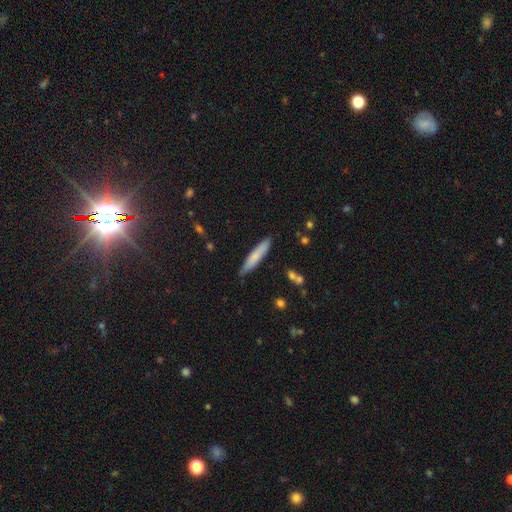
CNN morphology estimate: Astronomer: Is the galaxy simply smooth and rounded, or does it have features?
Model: smooth — 72%.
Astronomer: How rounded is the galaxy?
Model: cigar-shaped — 89%.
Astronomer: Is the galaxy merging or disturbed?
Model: none — 84%.